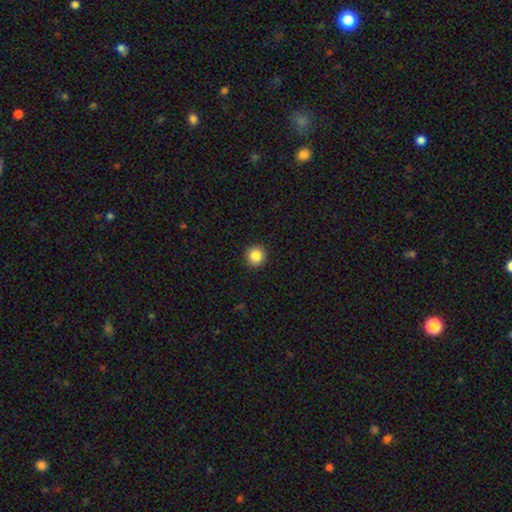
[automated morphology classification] smooth_or_featured: smooth (p=0.86) [alt: star or artifact p=0.10]
how_rounded: round (p=0.95) [alt: in between p=0.04]
merging: none (p=0.93) [alt: minor disturbance p=0.05]